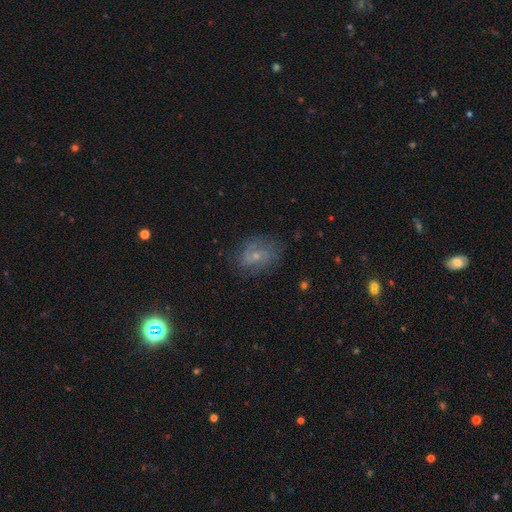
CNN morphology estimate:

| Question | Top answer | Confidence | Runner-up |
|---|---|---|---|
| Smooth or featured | featured or disk | 62% | smooth (25%) |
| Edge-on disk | no | 97% | yes (3%) |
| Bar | no | 63% | weak (32%) |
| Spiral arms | yes | 83% | no (17%) |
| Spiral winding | medium | 44% | tight (32%) |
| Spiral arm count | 2 | 45% | can't tell (32%) |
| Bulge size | small | 66% | moderate (25%) |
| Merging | none | 69% | minor disturbance (19%) |